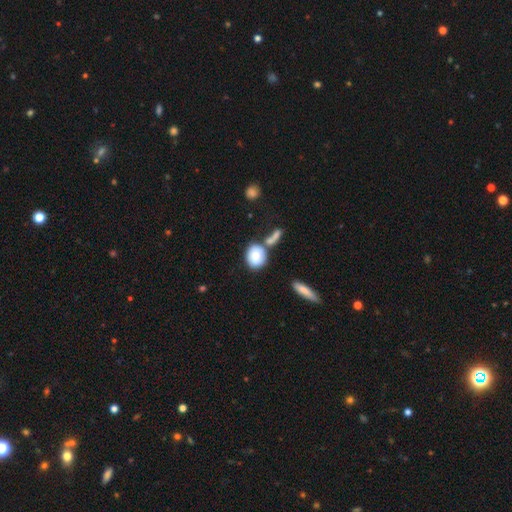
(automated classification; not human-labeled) smooth_or_featured: smooth (p=0.81) [alt: featured or disk p=0.12]
how_rounded: round (p=0.58) [alt: in between p=0.40]
merging: none (p=0.52) [alt: merger p=0.28]